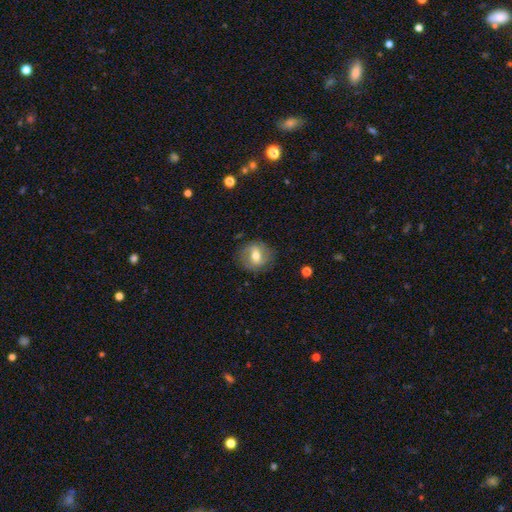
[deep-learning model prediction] This is possibly a smooth galaxy (52%). How rounded: likely round (74%). Merging: likely none (80%).